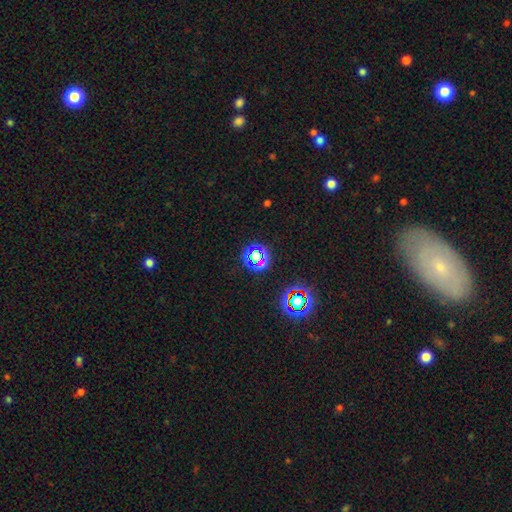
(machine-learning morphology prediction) Smooth or featured?
  - star or artifact: 68% *
  - smooth: 22%
  - featured or disk: 10%